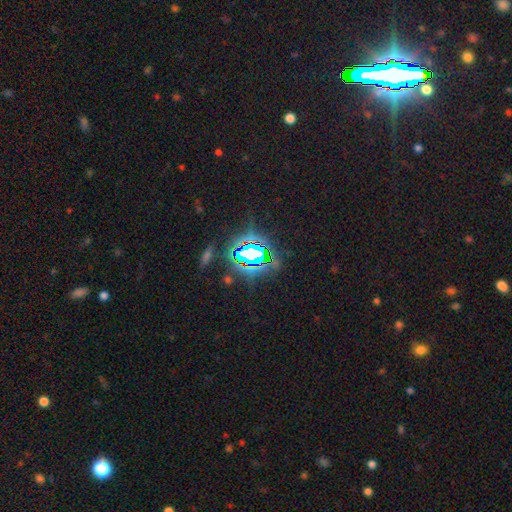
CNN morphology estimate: star or artifact 76%, smooth 14%, featured or disk 10%.